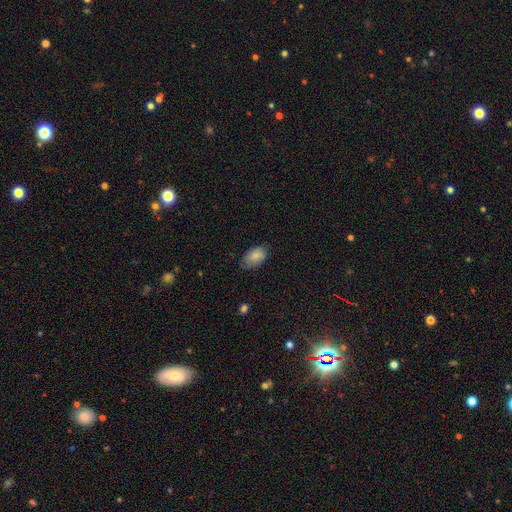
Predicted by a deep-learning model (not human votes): Smooth or featured: smooth — 85% (featured or disk — 7%)
How rounded: in between — 91% (round — 7%)
Merging: none — 71% (minor disturbance — 24%)